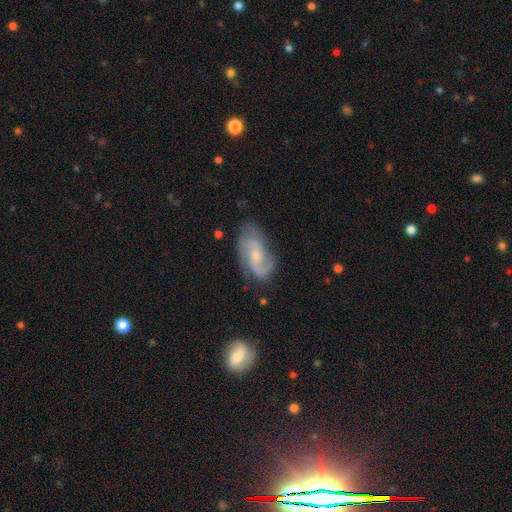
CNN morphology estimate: This is clearly a featured or disk galaxy (82%). It is clearly not viewed edge-on (96%). Bar: possibly no (48%). Spiral arm pattern: clearly yes (96%). Spiral arm count: likely 2 (80%). Spiral winding: possibly medium (49%). Central bulge: possibly small (54%). Merging: likely none (70%).